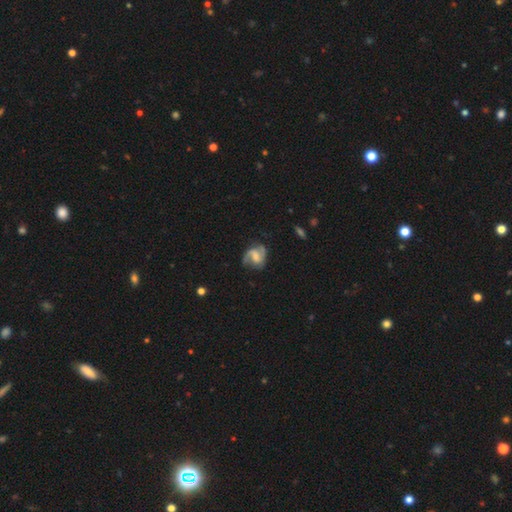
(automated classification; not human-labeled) Smooth or featured? Predicted: featured or disk (p=0.81). Edge-on disk? Predicted: no (p=0.98). Bar? Predicted: weak (p=0.52). Spiral arms? Predicted: yes (p=0.95). Spiral winding? Predicted: medium (p=0.49). Spiral arm count? Predicted: 2 (p=0.84). Bulge size? Predicted: moderate (p=0.36). Merging? Predicted: none (p=0.66).